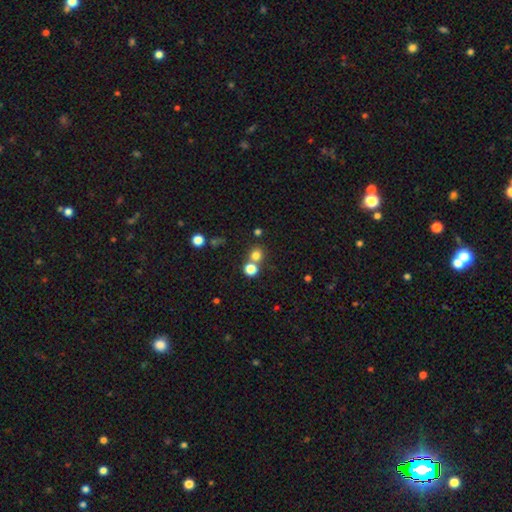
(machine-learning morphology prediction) Smooth or featured? Predicted: smooth (p=0.75). How rounded? Predicted: round (p=0.88). Merging? Predicted: none (p=0.64).